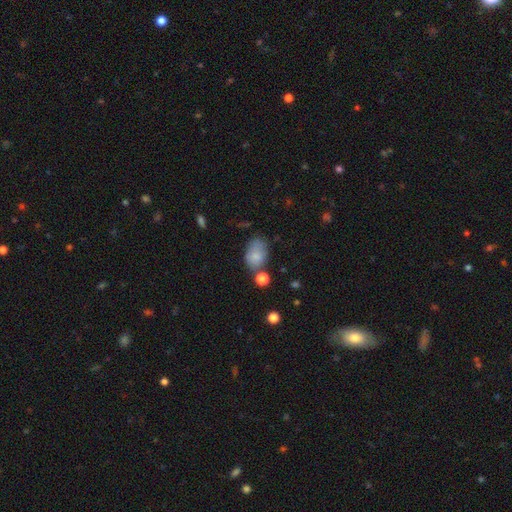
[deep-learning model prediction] Smooth or featured? smooth (81%)
How rounded? in between (84%)
Merging? none (51%)